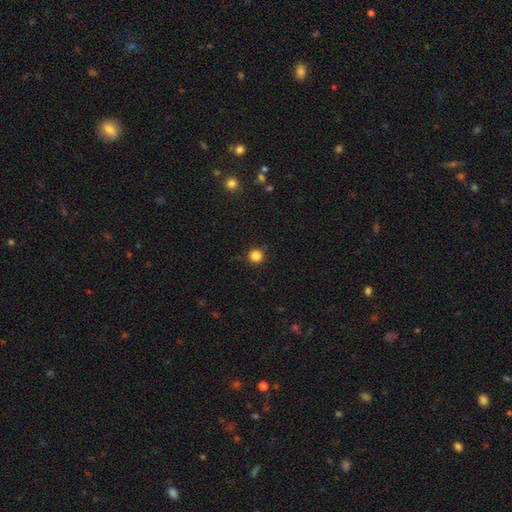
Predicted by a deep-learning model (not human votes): smooth-or-featured: smooth: 85% | star or artifact: 12% | featured or disk: 3%
  how-rounded: round: 93% | in between: 6% | cigar-shaped: 1%
  merging: none: 87% | minor disturbance: 9% | major disturbance: 2% | merger: 1%